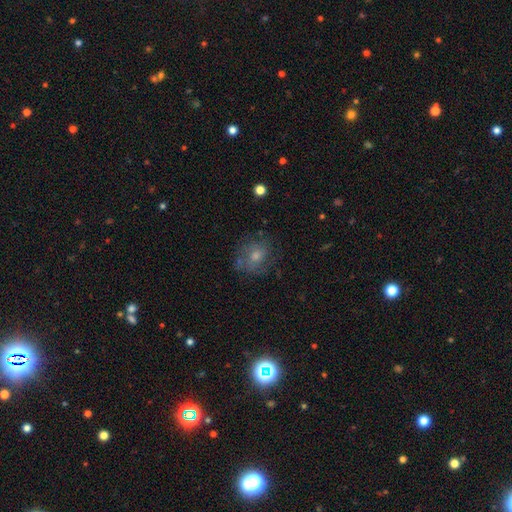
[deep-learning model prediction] Smooth or featured?
  - smooth: 43% *
  - featured or disk: 37%
  - star or artifact: 20%
Merging?
  - none: 71% *
  - minor disturbance: 18%
  - major disturbance: 9%
  - merger: 2%